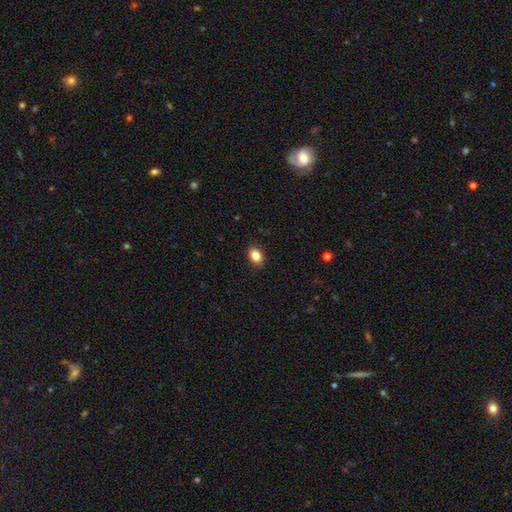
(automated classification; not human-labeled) Smooth or featured? Predicted: smooth (p=0.85). How rounded? Predicted: in between (p=0.73). Merging? Predicted: none (p=0.88).